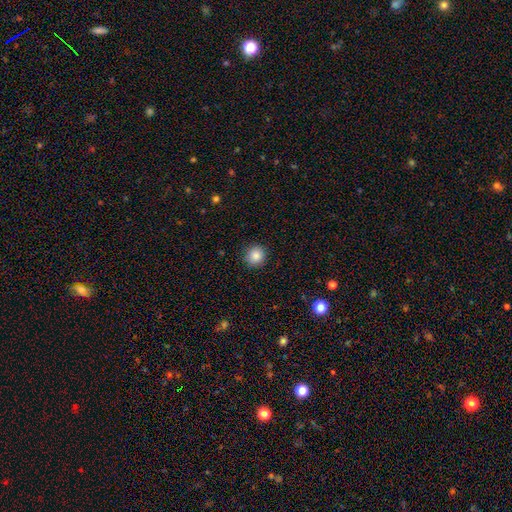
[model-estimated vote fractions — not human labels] Overall: smooth (86%). How rounded: round (90%). Merging: none (90%).